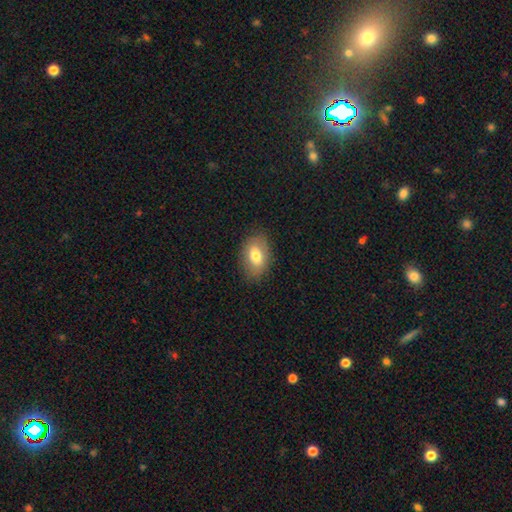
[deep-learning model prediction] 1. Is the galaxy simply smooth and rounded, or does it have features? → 73% smooth, 19% featured or disk, 8% star or artifact.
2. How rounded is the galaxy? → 87% in between, 12% round, 2% cigar-shaped.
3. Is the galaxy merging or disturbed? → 84% none, 12% minor disturbance, 3% major disturbance, 1% merger.